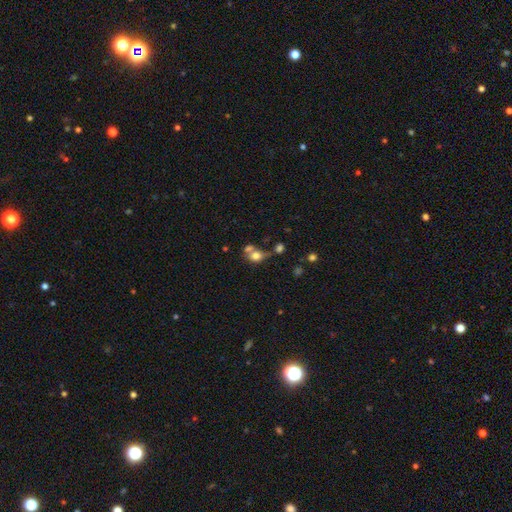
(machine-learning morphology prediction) smooth-or-featured: smooth: 73% | featured or disk: 15% | star or artifact: 12%
  how-rounded: round: 53% | in between: 45% | cigar-shaped: 2%
  merging: merger: 43% | none: 35% | minor disturbance: 13% | major disturbance: 9%